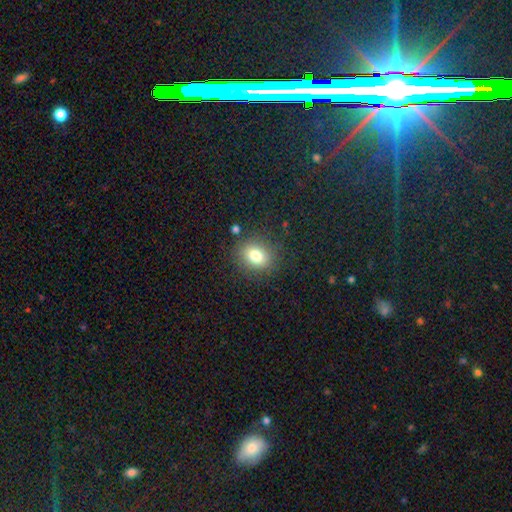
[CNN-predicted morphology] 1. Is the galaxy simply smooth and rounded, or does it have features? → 79% smooth, 12% star or artifact, 9% featured or disk.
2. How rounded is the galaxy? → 53% round, 46% in between, 1% cigar-shaped.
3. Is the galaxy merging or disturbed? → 83% none, 10% minor disturbance, 4% major disturbance, 2% merger.